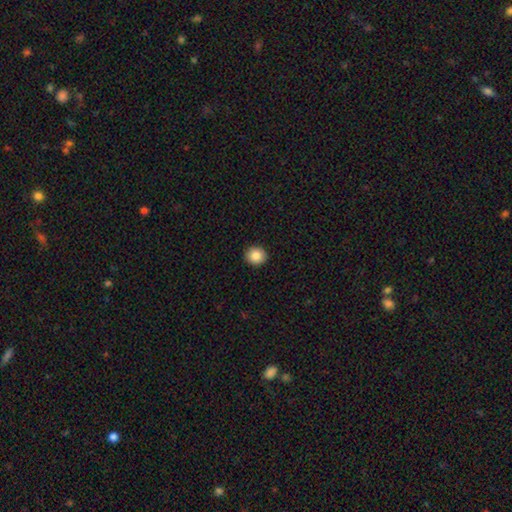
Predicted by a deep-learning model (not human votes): Overall: smooth (86%). How rounded: round (86%). Merging: none (92%).